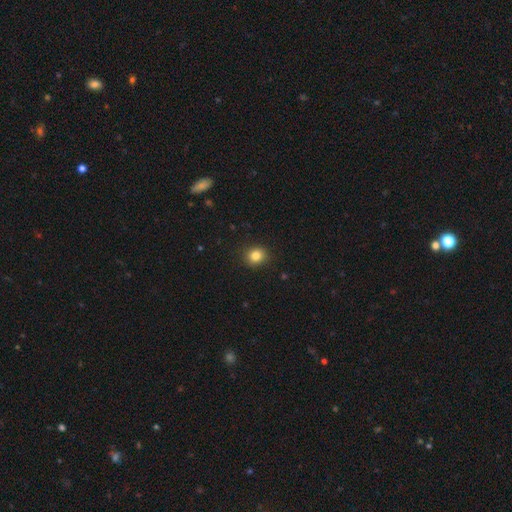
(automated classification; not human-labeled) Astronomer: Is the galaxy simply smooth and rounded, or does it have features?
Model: smooth — 84%.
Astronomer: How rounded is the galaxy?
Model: round — 78%.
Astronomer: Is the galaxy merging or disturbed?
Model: none — 90%.